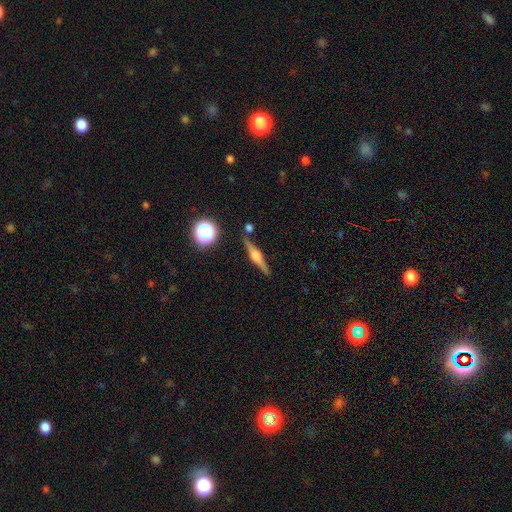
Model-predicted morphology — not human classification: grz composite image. It shows a featured or disk galaxy (78%) viewed edge-on (97%) with a rounded central bulge (86%). Merging: none (85%).